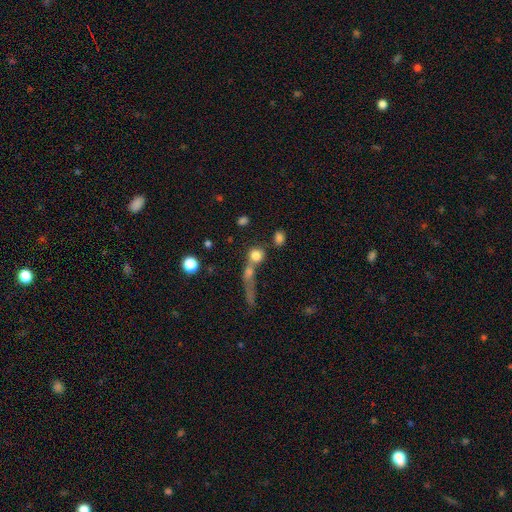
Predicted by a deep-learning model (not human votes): smooth 75%, star or artifact 13%, featured or disk 12%. Down the decision tree: how rounded — round (80%); merging — none (42%, tied with merger).